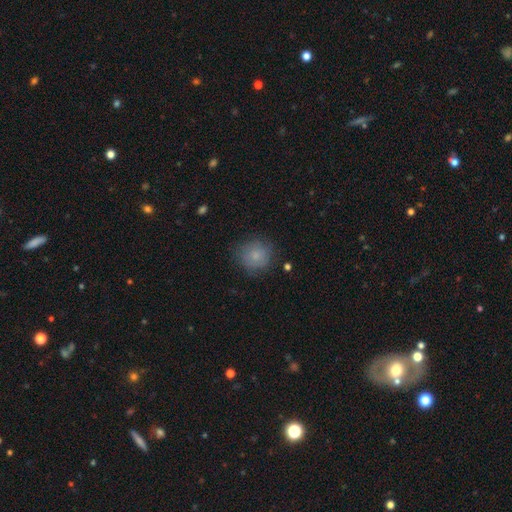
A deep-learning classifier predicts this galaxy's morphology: Smooth or featured: smooth — 81% (featured or disk — 10%)
How rounded: round — 91% (in between — 8%)
Merging: none — 77% (minor disturbance — 16%)